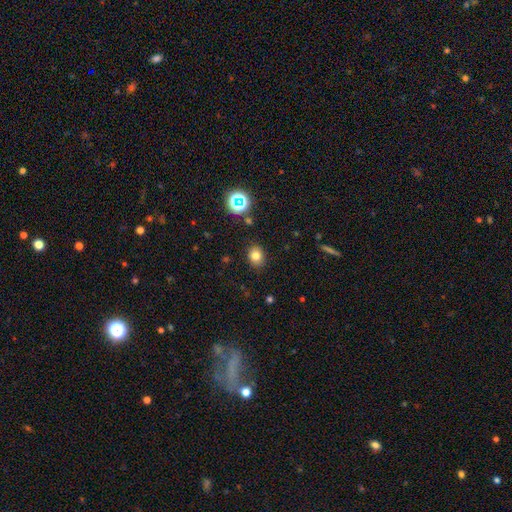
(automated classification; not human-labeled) smooth_or_featured: smooth (p=0.77) [alt: star or artifact p=0.15]
how_rounded: round (p=0.54) [alt: in between p=0.45]
merging: none (p=0.87) [alt: minor disturbance p=0.09]